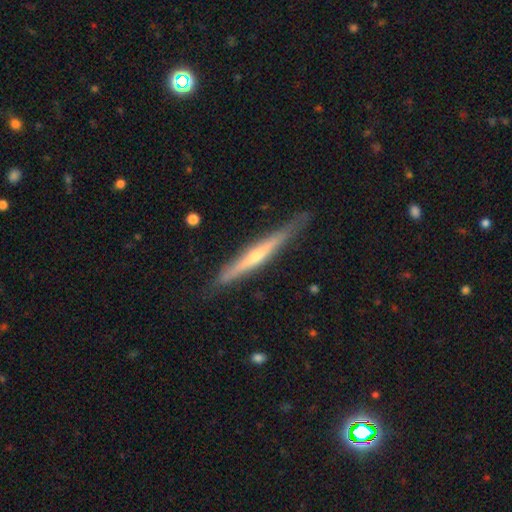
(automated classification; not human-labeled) A featured or disk galaxy (68%) viewed edge-on (96%) with a rounded central bulge (69%). Merging: none (83%).